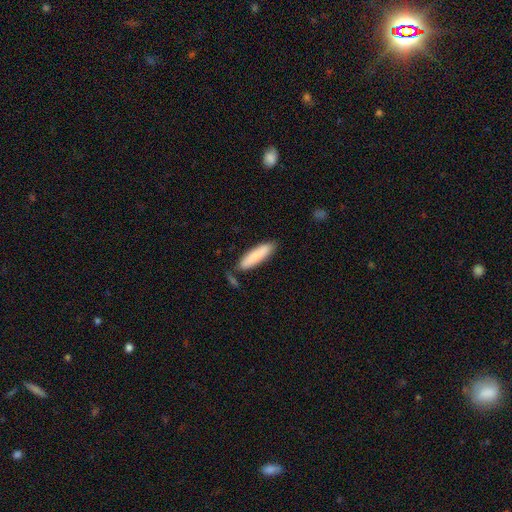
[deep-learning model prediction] Morphology: type=smooth (82%); roundness=cigar-shaped (67%); merging=none (77%).